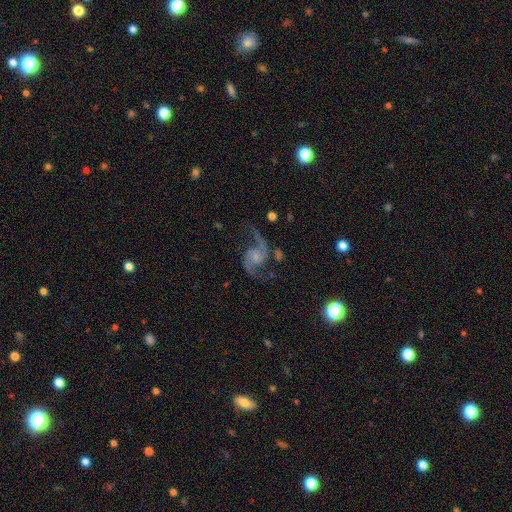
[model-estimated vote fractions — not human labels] A featured or disk galaxy (91%) with no bar (64%), 2 (94%) loose (60%) spiral arms (98%) and a small central bulge (55%). Merging: none (71%).